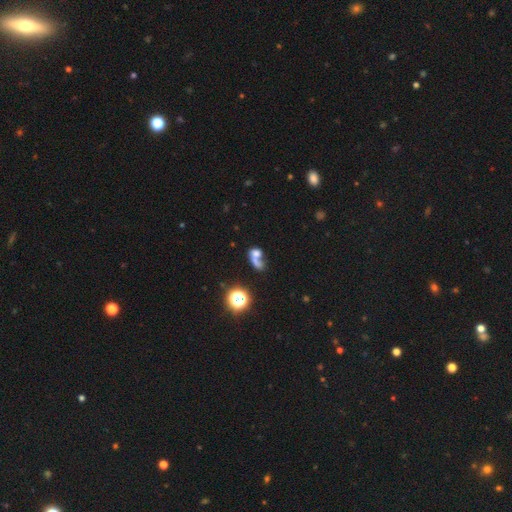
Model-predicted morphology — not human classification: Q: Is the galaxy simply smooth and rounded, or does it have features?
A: smooth — 57%.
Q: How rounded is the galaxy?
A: in between — 50%.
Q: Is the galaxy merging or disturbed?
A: merger — 54%.